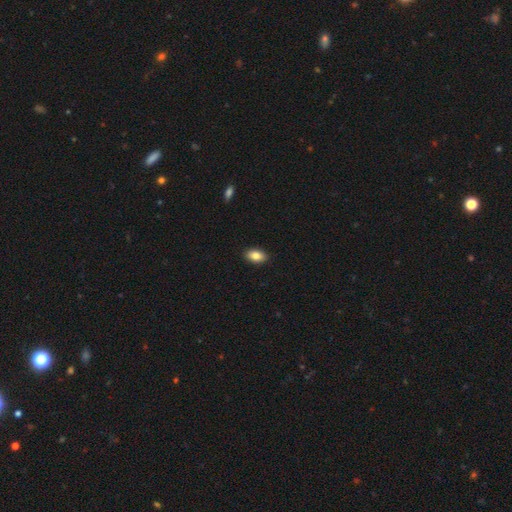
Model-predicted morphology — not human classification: The model was most divided on "smooth or featured": smooth: 84%, star or artifact: 8%, featured or disk: 8%. More confident: how rounded — in between (90%); merging — none (90%).